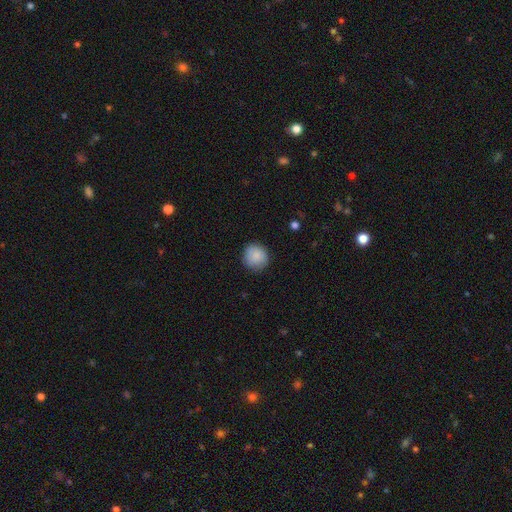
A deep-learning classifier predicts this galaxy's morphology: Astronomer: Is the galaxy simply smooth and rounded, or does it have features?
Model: smooth — 88%.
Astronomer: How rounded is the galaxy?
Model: round — 92%.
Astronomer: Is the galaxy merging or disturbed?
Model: none — 87%.